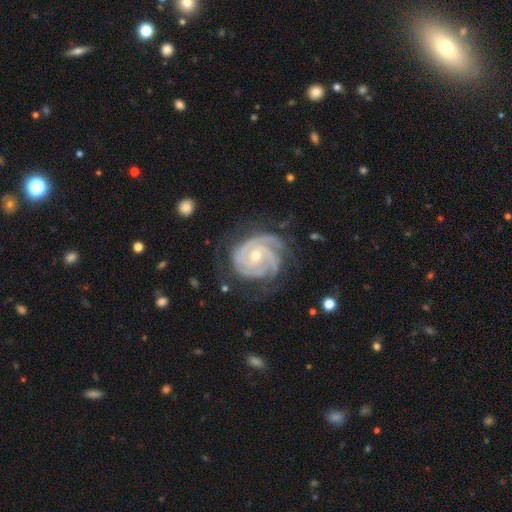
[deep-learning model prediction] A featured or disk galaxy (92%) with no bar (67%), 3 (46%) tight (78%) spiral arms (98%) and a small central bulge (56%).

Vote fractions:
- Smooth or featured? featured or disk: 92% / star or artifact: 4% / smooth: 4%
- Edge-on disk? no: 98% / yes: 2%
- Bar? no: 67% / weak: 26% / strong: 7%
- Spiral arms? yes: 98% / no: 2%
- Spiral winding? tight: 78% / medium: 20% / loose: 2%
- Spiral arm count? 3: 46% / 4: 19% / 2: 13% / can't tell: 11% / more than 4: 5% / 1: 5%
- Bulge size? small: 56% / moderate: 41% / large: 1% / none: 1% / dominant: 1%
- Merging? none: 68% / minor disturbance: 21% / major disturbance: 9% / merger: 1%